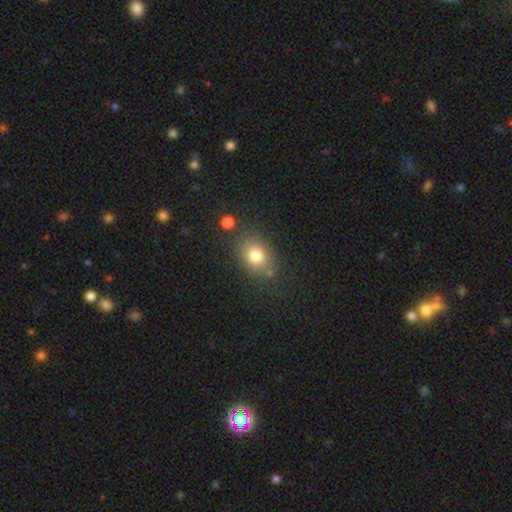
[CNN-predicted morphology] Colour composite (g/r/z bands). It shows a smooth galaxy with no disk features (79%) that is in between round and cigar-shaped (62%). Merging: none (74%).